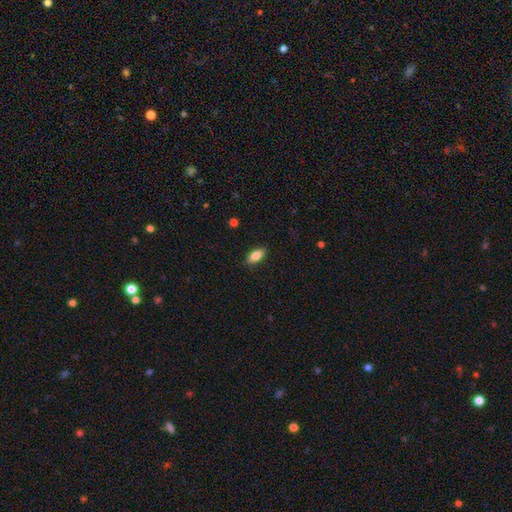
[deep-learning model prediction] Smooth or featured? smooth (77%)
How rounded? in between (81%)
Merging? none (88%)